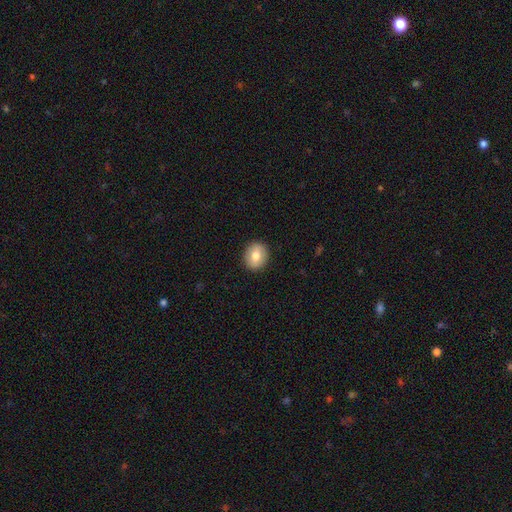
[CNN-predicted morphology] This is likely a smooth galaxy (72%). How rounded: likely round (74%). Merging: clearly none (90%).